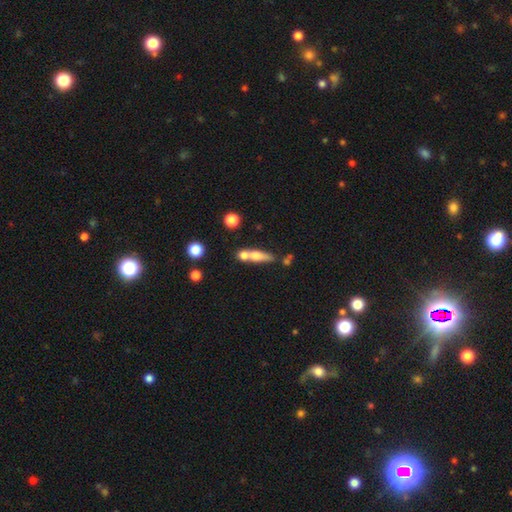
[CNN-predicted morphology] smooth-or-featured: smooth: 59% | featured or disk: 31% | star or artifact: 9%
  how-rounded: cigar-shaped: 57% | in between: 32% | round: 11%
  merging: none: 43% | merger: 40% | minor disturbance: 12% | major disturbance: 5%